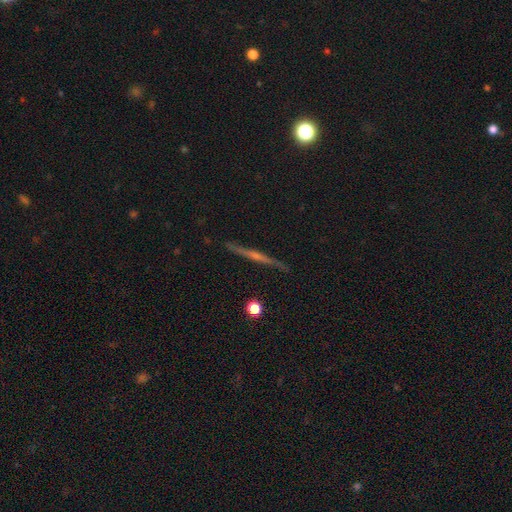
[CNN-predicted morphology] featured or disk 70%, smooth 21%, star or artifact 9%. Down the decision tree: edge-on disk — yes (97%); edge-on bulge — none (48%); merging — none (89%).